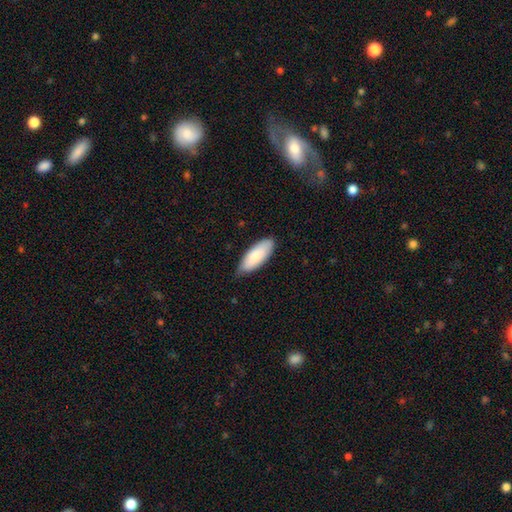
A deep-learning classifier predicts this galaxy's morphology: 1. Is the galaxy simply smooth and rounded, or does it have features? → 85% smooth, 10% featured or disk, 5% star or artifact.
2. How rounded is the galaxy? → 80% in between, 19% cigar-shaped, 2% round.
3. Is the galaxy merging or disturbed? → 72% none, 24% minor disturbance, 3% major disturbance, 1% merger.